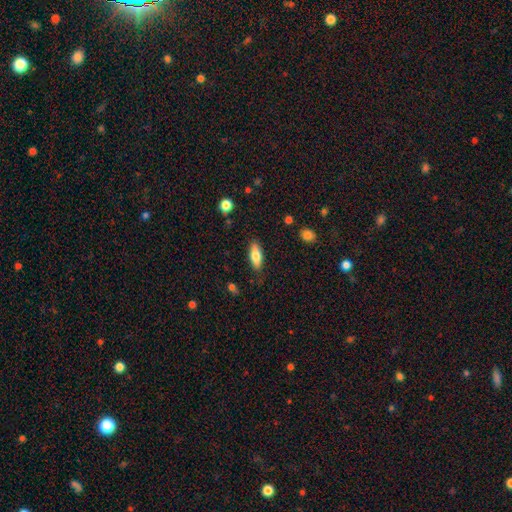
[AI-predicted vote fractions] The model was most divided on "how rounded": in between: 67%, cigar-shaped: 30%, round: 2%. More confident: merging — none (85%); smooth or featured — smooth (72%).